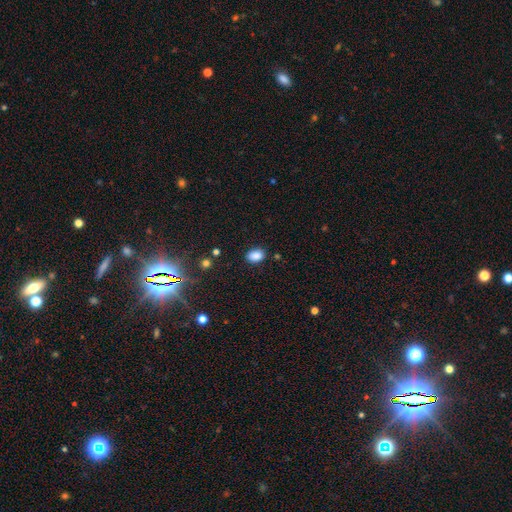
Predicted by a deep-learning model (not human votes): smooth-or-featured: smooth: 87% | star or artifact: 9% | featured or disk: 4%
  how-rounded: in between: 78% | round: 21% | cigar-shaped: 1%
  merging: none: 85% | minor disturbance: 11% | major disturbance: 3% | merger: 2%